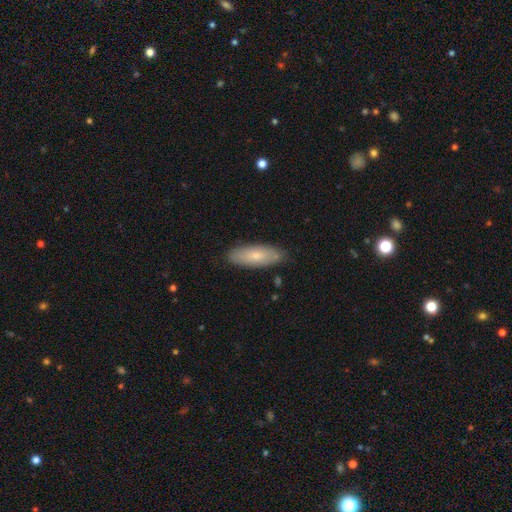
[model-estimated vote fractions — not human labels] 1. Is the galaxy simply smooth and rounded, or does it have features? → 71% smooth, 23% featured or disk, 6% star or artifact.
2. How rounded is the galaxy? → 63% in between, 35% cigar-shaped, 2% round.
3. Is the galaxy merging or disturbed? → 85% none, 12% minor disturbance, 2% major disturbance, 1% merger.